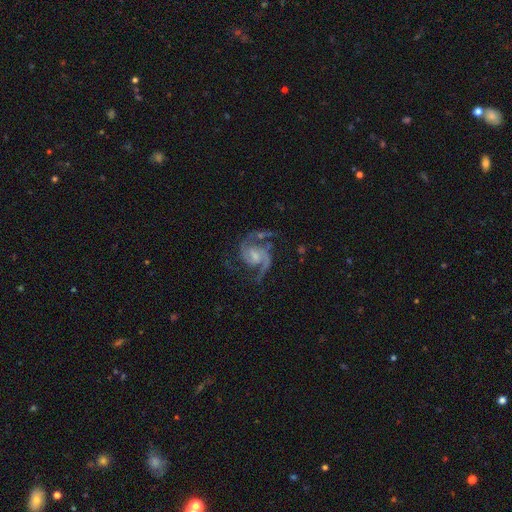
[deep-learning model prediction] Smooth or featured? Predicted: featured or disk (p=0.91). Edge-on disk? Predicted: no (p=0.98). Bar? Predicted: weak (p=0.45). Spiral arms? Predicted: yes (p=0.98). Spiral winding? Predicted: medium (p=0.60). Spiral arm count? Predicted: 2 (p=0.83). Bulge size? Predicted: small (p=0.47). Merging? Predicted: none (p=0.64).